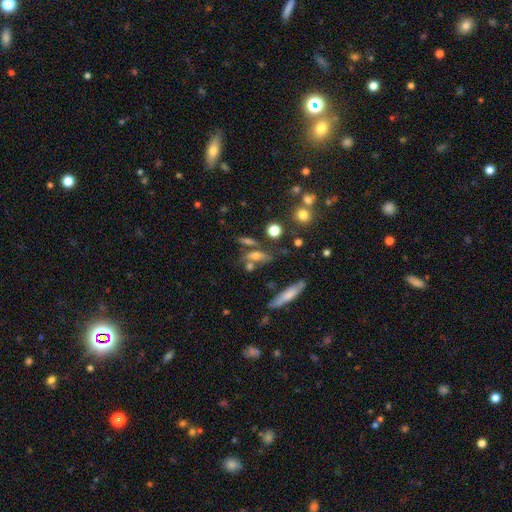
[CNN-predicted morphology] Smooth or featured? Predicted: smooth (p=0.53). How rounded? Predicted: cigar-shaped (p=0.45). Merging? Predicted: none (p=0.54).